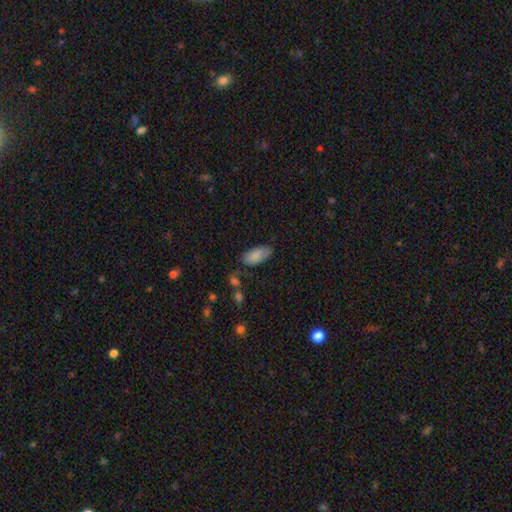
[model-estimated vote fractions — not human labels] Overall: smooth (85%). How rounded: in between (91%). Merging: none (69%).